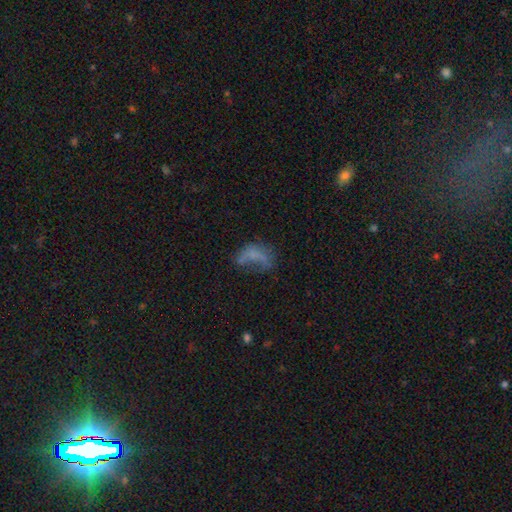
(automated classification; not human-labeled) This appears to be a smooth galaxy with no disk features (49%). Merging: major disturbance (41%).